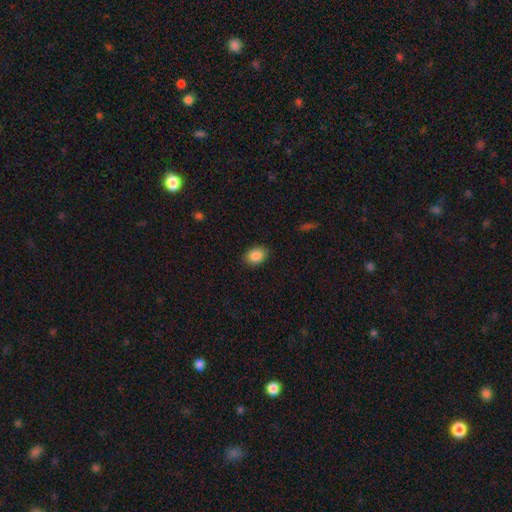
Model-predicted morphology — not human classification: Smooth or featured? Predicted: smooth (p=0.88). How rounded? Predicted: in between (p=0.66). Merging? Predicted: none (p=0.88).